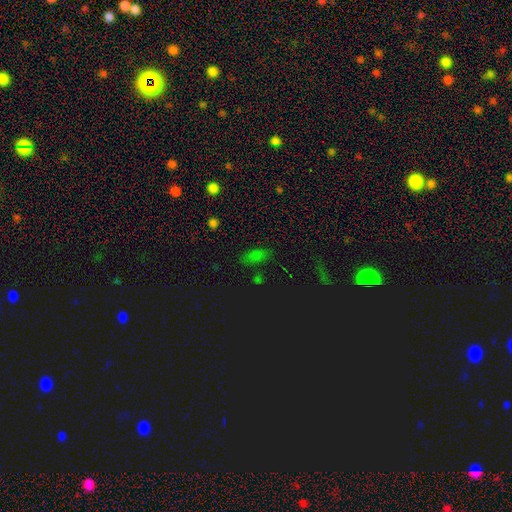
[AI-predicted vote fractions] This appears to be a smooth galaxy with no disk features (58%) that is in between round and cigar-shaped (83%). Merging: none (76%).